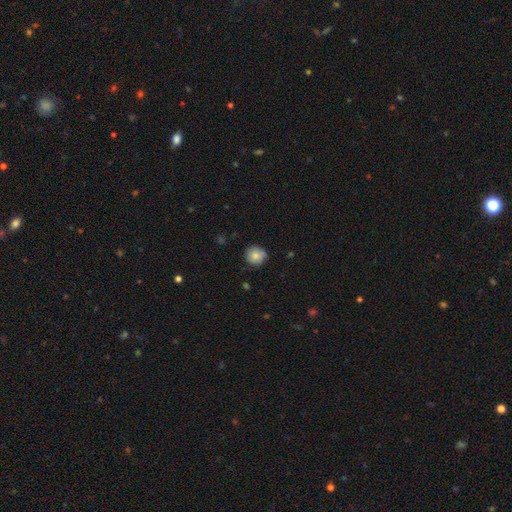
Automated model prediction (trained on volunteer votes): smooth_or_featured: smooth (p=0.80) [alt: featured or disk p=0.12]
how_rounded: round (p=0.92) [alt: in between p=0.07]
merging: none (p=0.80) [alt: minor disturbance p=0.16]